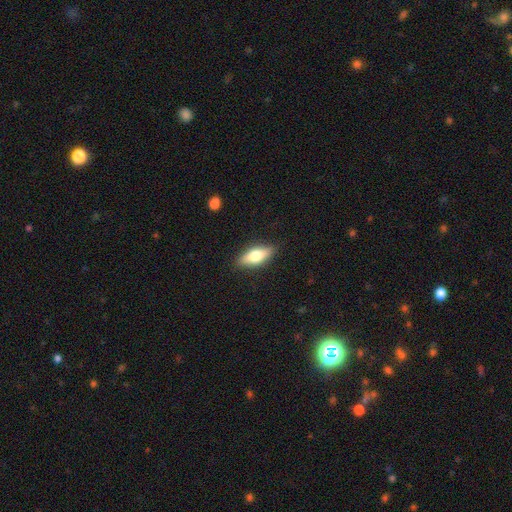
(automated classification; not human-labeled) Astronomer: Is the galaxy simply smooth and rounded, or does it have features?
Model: smooth — 64%.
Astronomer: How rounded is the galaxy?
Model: in between — 74%.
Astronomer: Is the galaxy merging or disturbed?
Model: none — 87%.